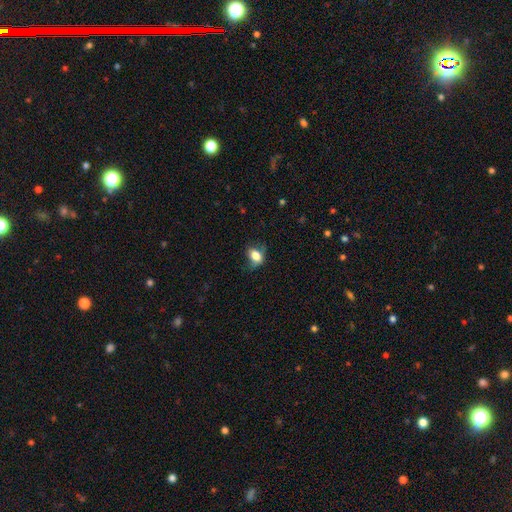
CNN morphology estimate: type=smooth (78%); roundness=in between (73%); merging=none (57%).